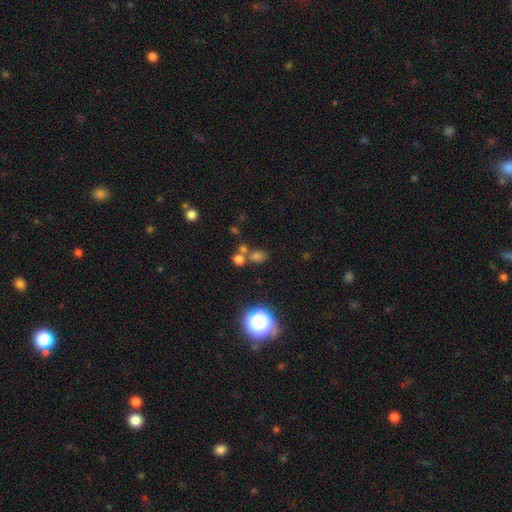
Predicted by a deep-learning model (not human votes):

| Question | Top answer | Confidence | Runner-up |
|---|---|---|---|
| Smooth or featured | smooth | 51% | star or artifact (40%) |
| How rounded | round | 66% | in between (31%) |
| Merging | none | 61% | merger (26%) |